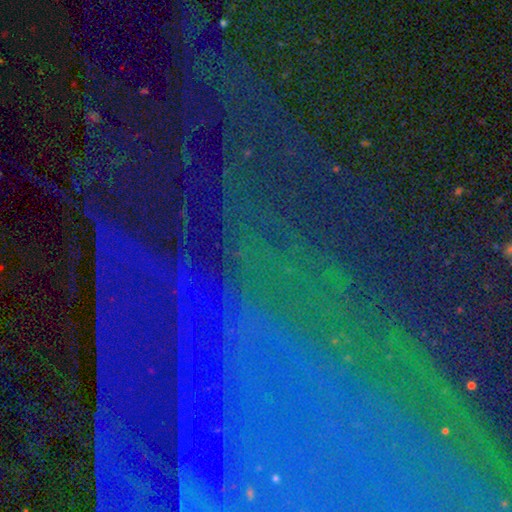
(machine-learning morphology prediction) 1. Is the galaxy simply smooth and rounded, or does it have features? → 82% star or artifact, 10% featured or disk, 8% smooth.